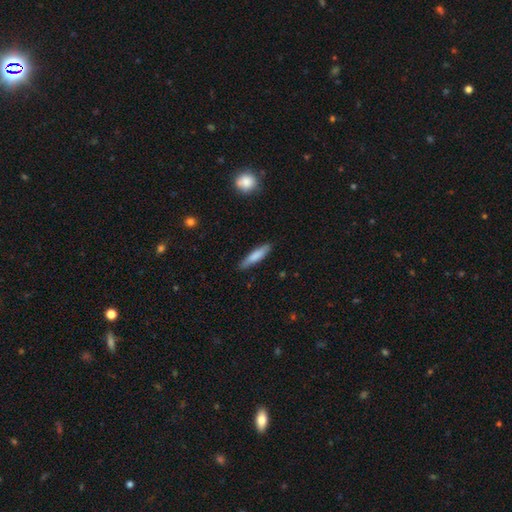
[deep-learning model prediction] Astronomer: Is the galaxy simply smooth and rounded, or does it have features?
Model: smooth — 76%.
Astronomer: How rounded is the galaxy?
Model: cigar-shaped — 82%.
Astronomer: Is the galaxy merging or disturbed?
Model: none — 85%.